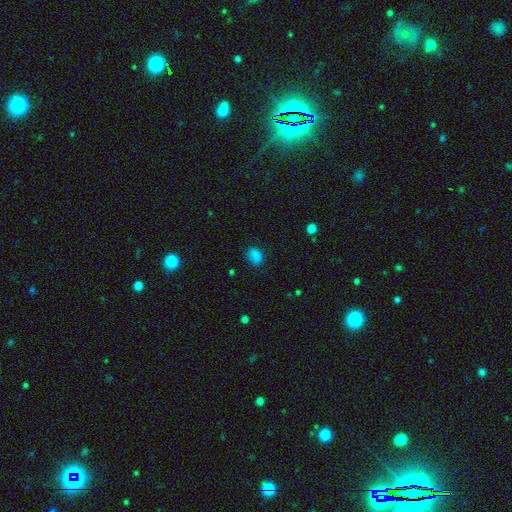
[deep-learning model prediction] smooth 82%, star or artifact 13%, featured or disk 4%. Down the decision tree: how rounded — in between (77%); merging — none (75%).